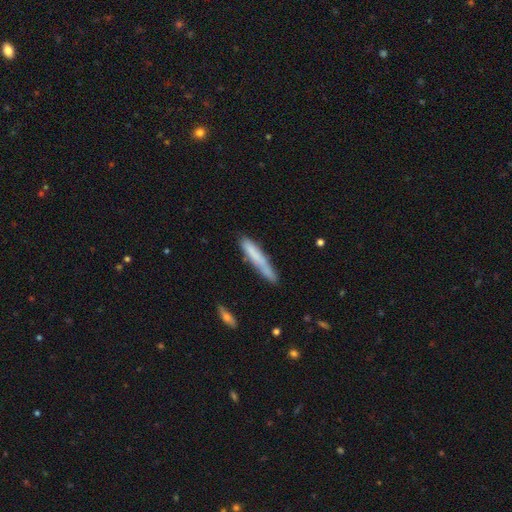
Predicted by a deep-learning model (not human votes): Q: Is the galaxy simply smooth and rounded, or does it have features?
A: smooth — 71%.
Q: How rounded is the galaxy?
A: cigar-shaped — 93%.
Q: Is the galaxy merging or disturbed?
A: none — 72%.